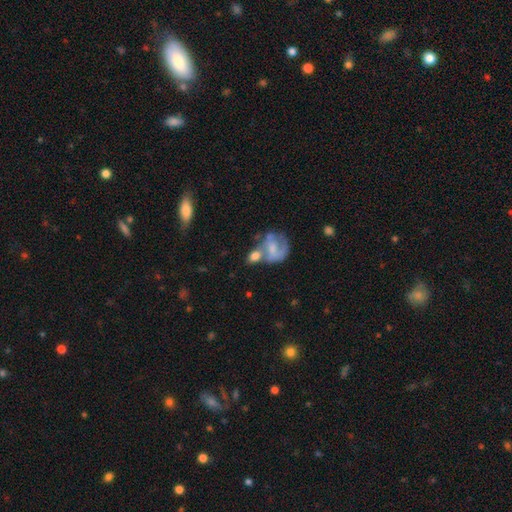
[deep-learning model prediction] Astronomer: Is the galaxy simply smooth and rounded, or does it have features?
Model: smooth — 53% (runner-up: featured or disk, 38%).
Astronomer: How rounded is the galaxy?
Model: round — 50% (runner-up: in between, 48%).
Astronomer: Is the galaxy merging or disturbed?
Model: merger — 38% (runner-up: none, 31%).